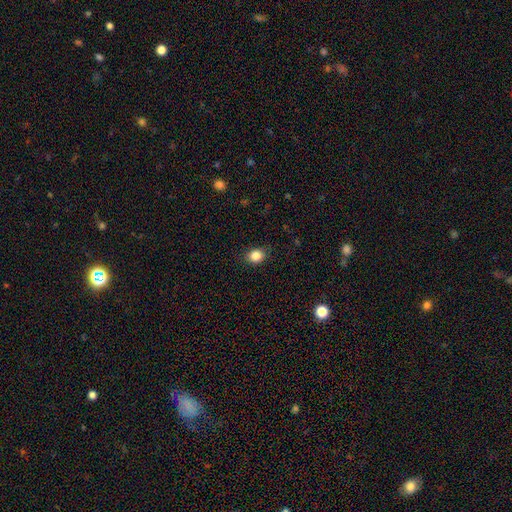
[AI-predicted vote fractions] Overall: smooth (85%). How rounded: round (59%; in between 40%). Merging: none (87%).